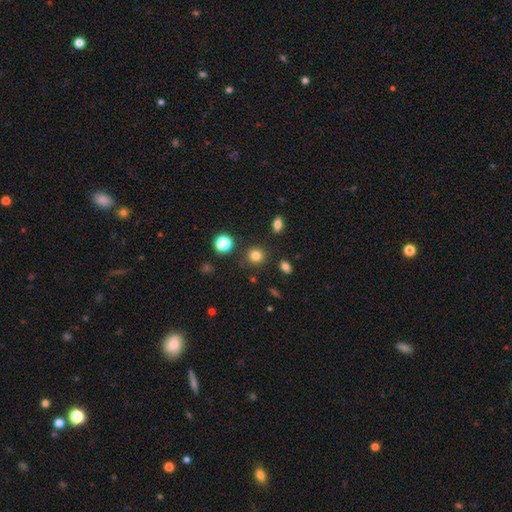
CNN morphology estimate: This is likely a smooth galaxy (79%). How rounded: clearly round (89%). Merging: clearly none (85%).